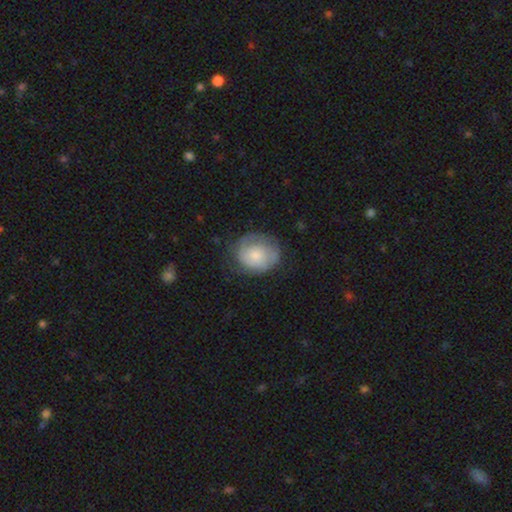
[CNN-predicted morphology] Overall: smooth (54%; featured or disk 39%). How rounded: round (66%; in between 33%). Merging: none (61%; minor disturbance 25%).